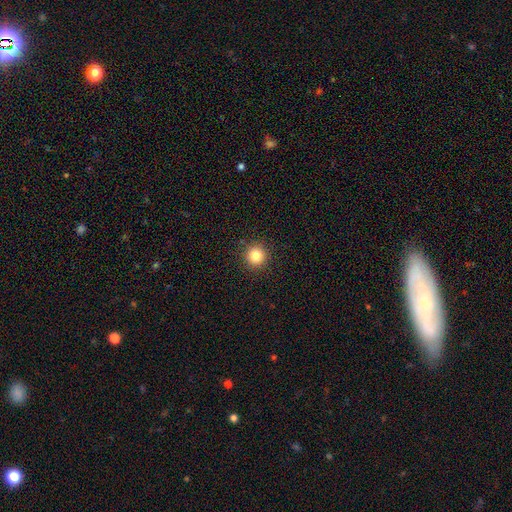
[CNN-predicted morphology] Overall: smooth (82%). How rounded: round (95%). Merging: none (92%).